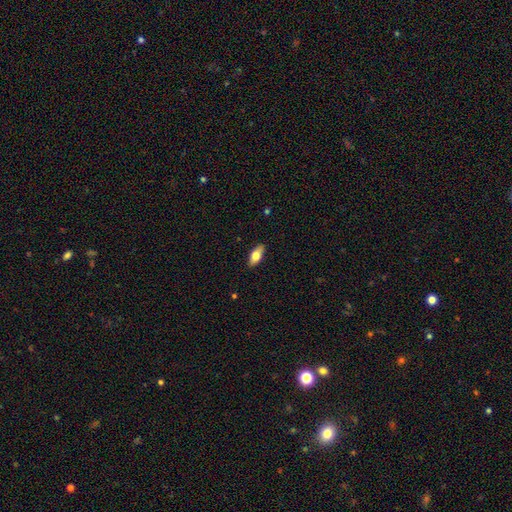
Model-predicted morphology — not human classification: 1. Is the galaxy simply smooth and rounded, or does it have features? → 70% smooth, 24% featured or disk, 6% star or artifact.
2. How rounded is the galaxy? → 84% in between, 13% cigar-shaped, 3% round.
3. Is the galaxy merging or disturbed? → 88% none, 9% minor disturbance, 2% major disturbance, 1% merger.